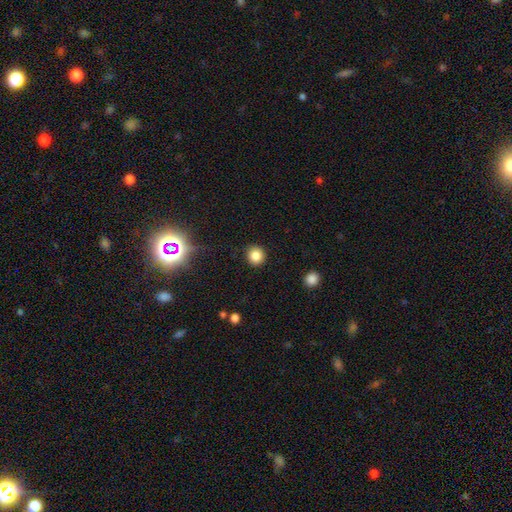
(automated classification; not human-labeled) A smooth galaxy with no disk features (83%) that is round (91%). Merging: none (91%).